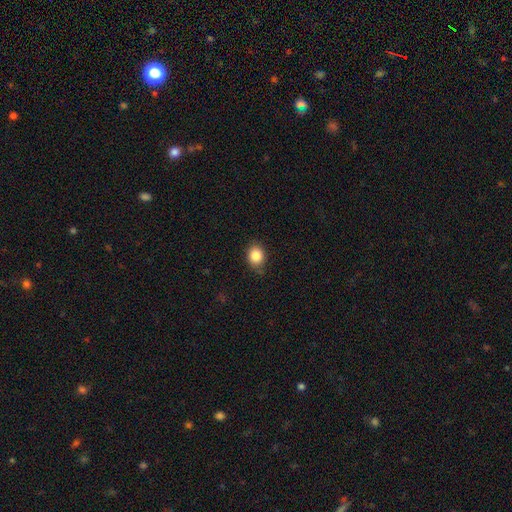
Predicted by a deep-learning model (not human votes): Smooth or featured? smooth (85%)
How rounded? round (57%)
Merging? none (79%)